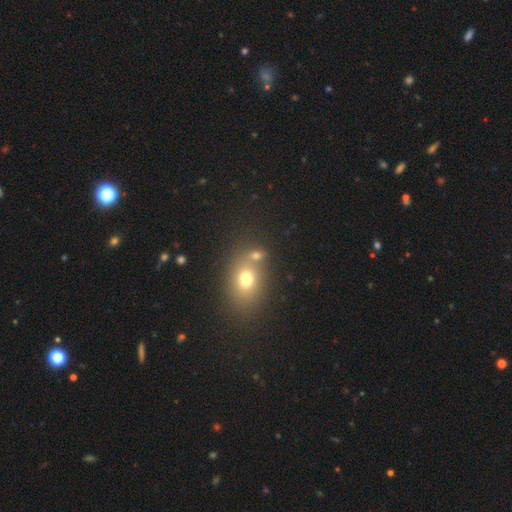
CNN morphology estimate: smooth 69%, star or artifact 17%, featured or disk 14%. Down the decision tree: how rounded — round (49%, tied with in between); merging — none (48%).